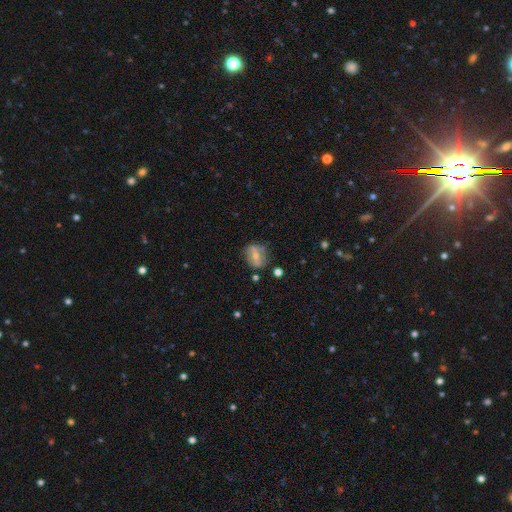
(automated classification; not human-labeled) Smooth or featured: featured or disk — 48% (smooth — 43%)
Merging: none — 68% (minor disturbance — 20%)